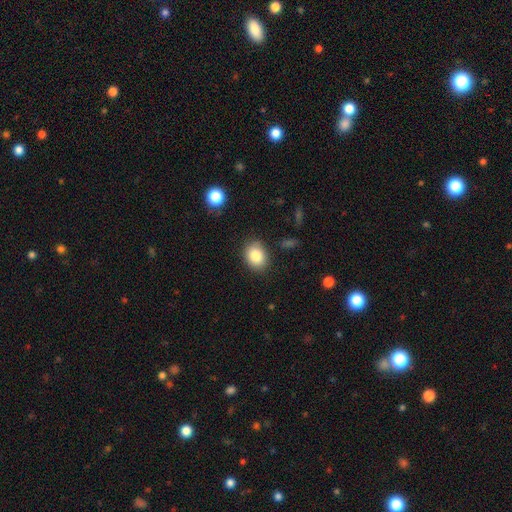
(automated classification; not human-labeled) The model was most divided on "how rounded": in between: 51%, round: 48%, cigar-shaped: 1%. More confident: merging — none (85%); smooth or featured — smooth (84%).